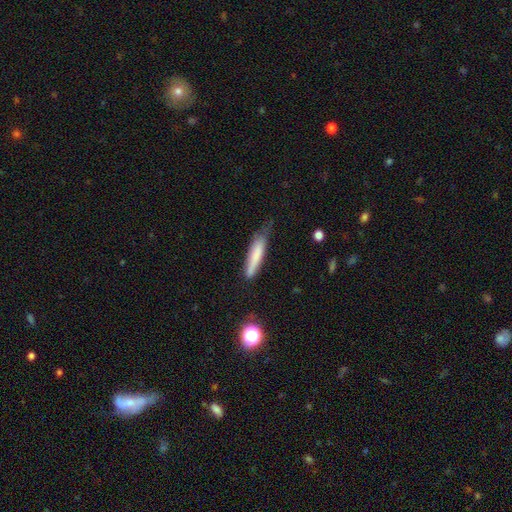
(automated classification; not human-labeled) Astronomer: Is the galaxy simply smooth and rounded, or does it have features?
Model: smooth — 75%.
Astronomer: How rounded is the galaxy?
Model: cigar-shaped — 83%.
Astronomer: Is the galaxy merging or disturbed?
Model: none — 50% (runner-up: minor disturbance, 36%).